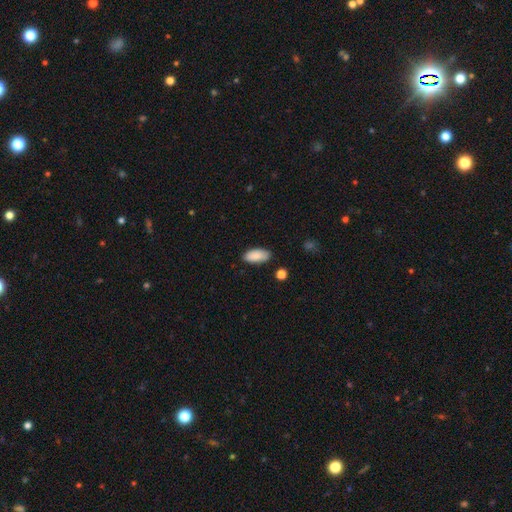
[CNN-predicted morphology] smooth 89%, star or artifact 7%, featured or disk 4%. Down the decision tree: how rounded — in between (90%); merging — none (82%).